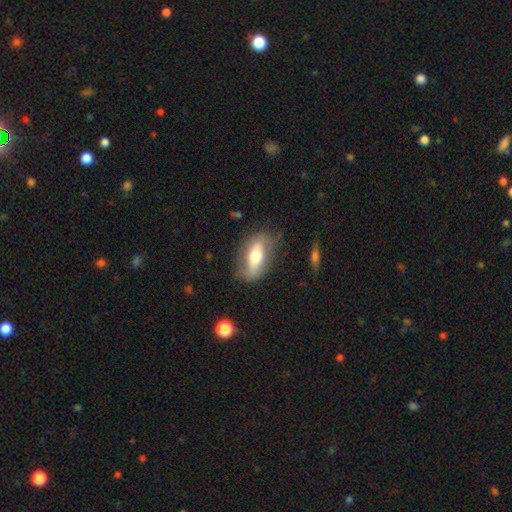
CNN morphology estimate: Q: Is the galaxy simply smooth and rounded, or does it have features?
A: featured or disk — 49%.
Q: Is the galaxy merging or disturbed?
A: none — 72%.